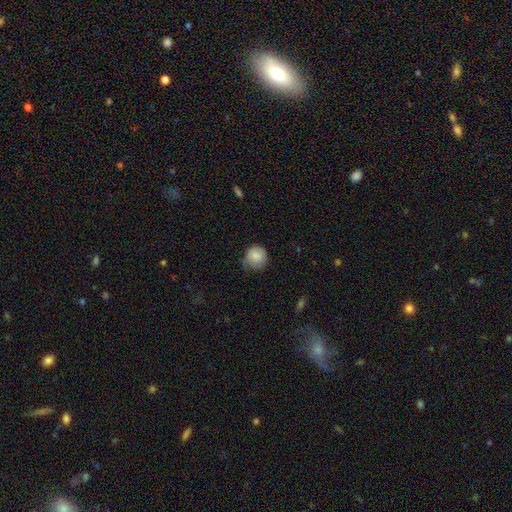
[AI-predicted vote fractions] smooth_or_featured: smooth (p=0.82) [alt: featured or disk p=0.10]
how_rounded: round (p=0.89) [alt: in between p=0.10]
merging: none (p=0.55) [alt: minor disturbance p=0.34]